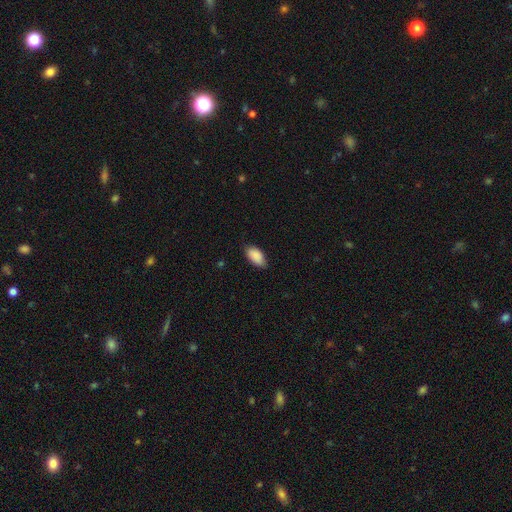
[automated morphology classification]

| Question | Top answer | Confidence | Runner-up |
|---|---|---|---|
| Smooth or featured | smooth | 89% | star or artifact (6%) |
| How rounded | in between | 94% | round (3%) |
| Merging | none | 78% | minor disturbance (19%) |